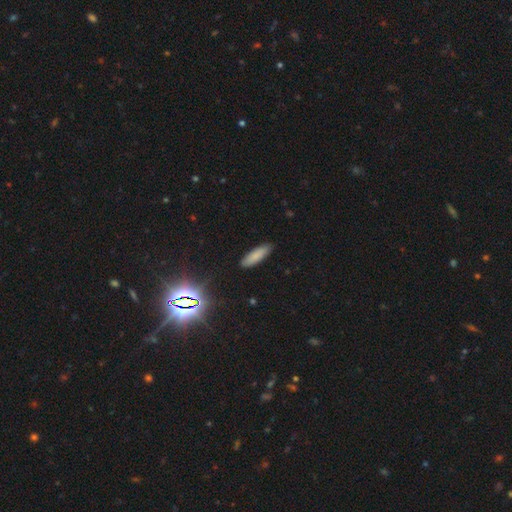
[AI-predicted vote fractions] A smooth galaxy with no disk features (83%) that is cigar-shaped (55%). Merging: none (87%).